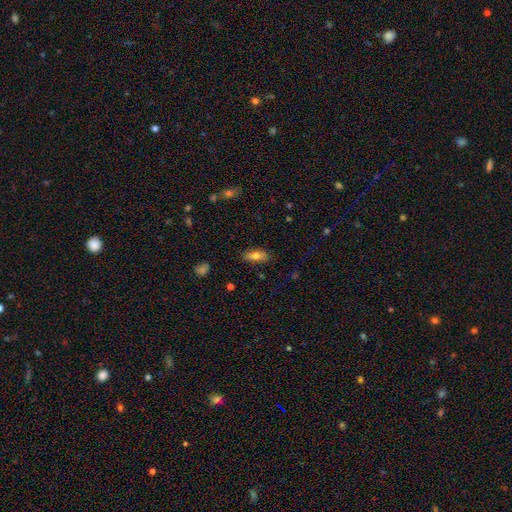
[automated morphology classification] smooth 73%, featured or disk 18%, star or artifact 8%. Down the decision tree: how rounded — in between (80%); merging — none (84%).